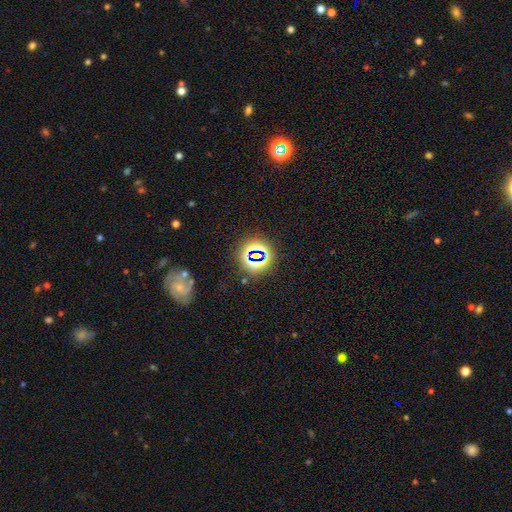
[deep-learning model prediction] Smooth or featured? Predicted: star or artifact (p=0.70).